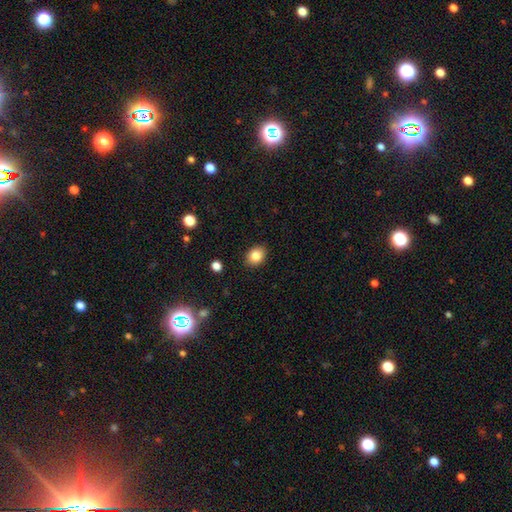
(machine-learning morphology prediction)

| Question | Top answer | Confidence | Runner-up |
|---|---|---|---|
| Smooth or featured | smooth | 85% | star or artifact (9%) |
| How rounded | in between | 56% | round (43%) |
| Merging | none | 89% | minor disturbance (8%) |